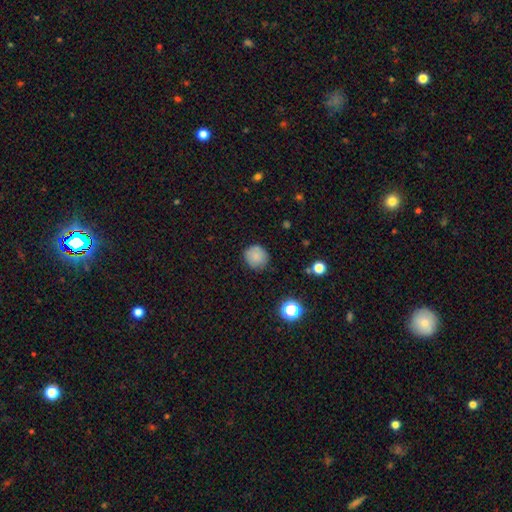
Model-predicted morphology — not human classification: A smooth galaxy with no disk features (82%) that is round (90%).

Vote fractions:
- Smooth or featured? smooth: 82% / star or artifact: 11% / featured or disk: 7%
- How rounded? round: 90% / in between: 9% / cigar-shaped: 1%
- Merging? none: 82% / minor disturbance: 13% / major disturbance: 3% / merger: 1%